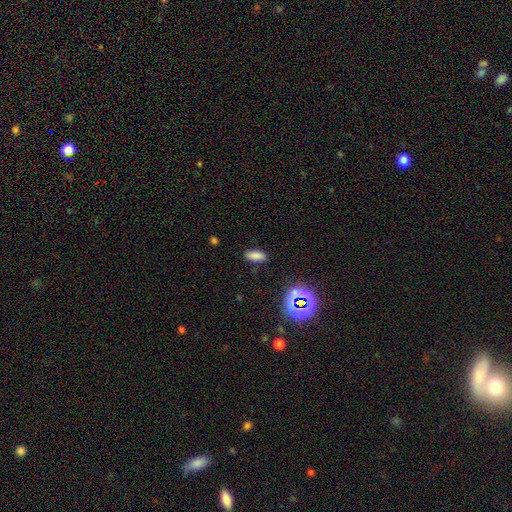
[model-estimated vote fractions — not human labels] Smooth or featured? smooth (78%)
How rounded? in between (80%)
Merging? none (85%)